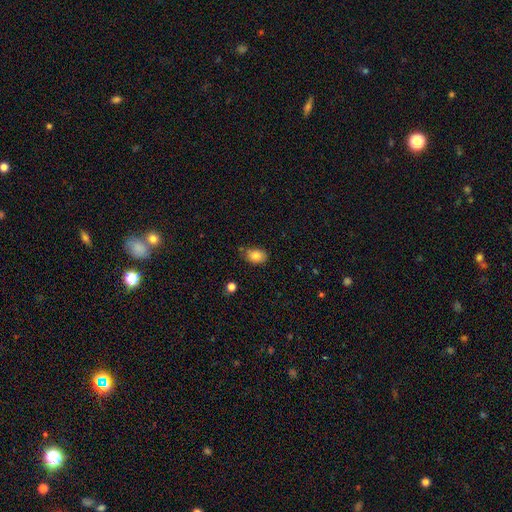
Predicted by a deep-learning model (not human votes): Morphology: type=smooth (83%); roundness=in between (81%); merging=none (69%).